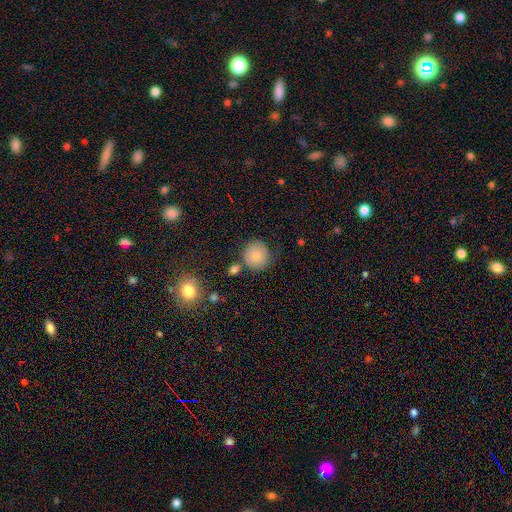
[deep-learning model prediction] smooth 76%, featured or disk 16%, star or artifact 8%. Down the decision tree: how rounded — round (90%); merging — none (71%).